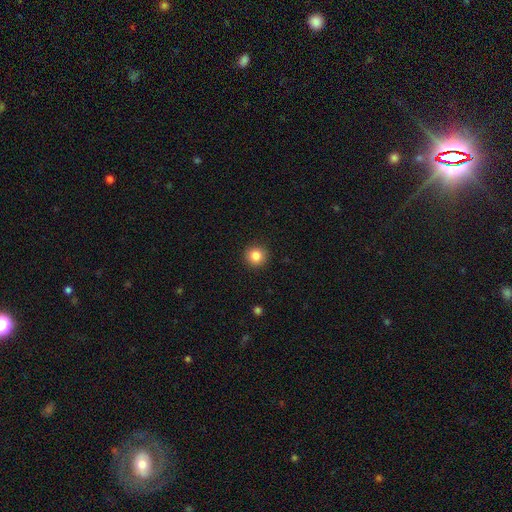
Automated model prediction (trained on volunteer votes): Smooth or featured? Predicted: smooth (p=0.84). How rounded? Predicted: round (p=0.94). Merging? Predicted: none (p=0.92).